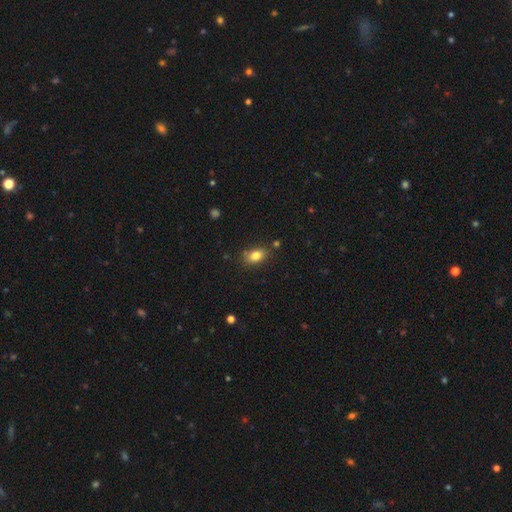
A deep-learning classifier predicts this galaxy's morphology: This appears to be a smooth galaxy with no disk features (82%) that is in between round and cigar-shaped (82%). Merging: none (78%).